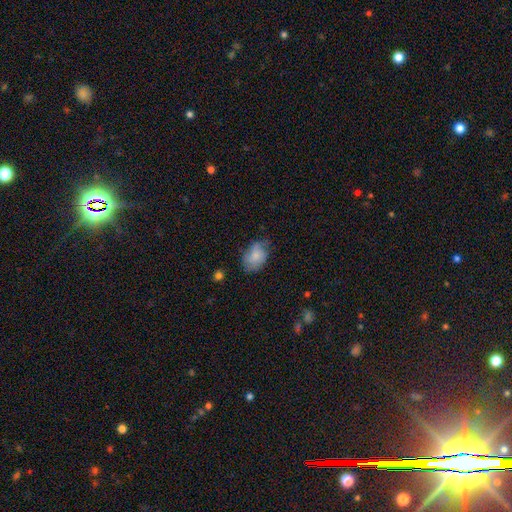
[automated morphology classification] Q: Smooth or featured?
A: smooth (73%); runner-up: featured or disk (20%)
Q: How rounded?
A: in between (81%); runner-up: round (18%)
Q: Merging?
A: none (54%); runner-up: minor disturbance (33%)